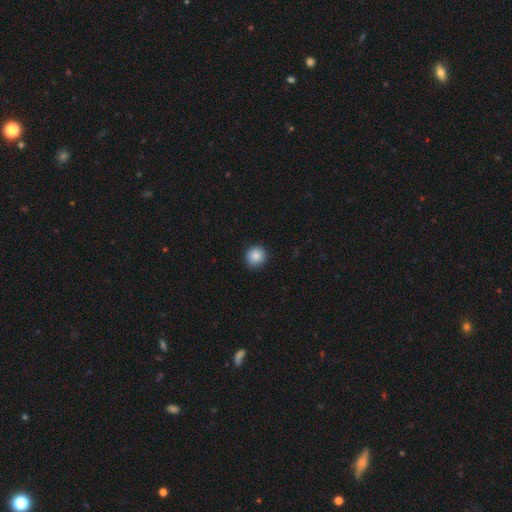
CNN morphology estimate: smooth 87%, star or artifact 9%, featured or disk 4%. Down the decision tree: how rounded — round (93%); merging — none (90%).